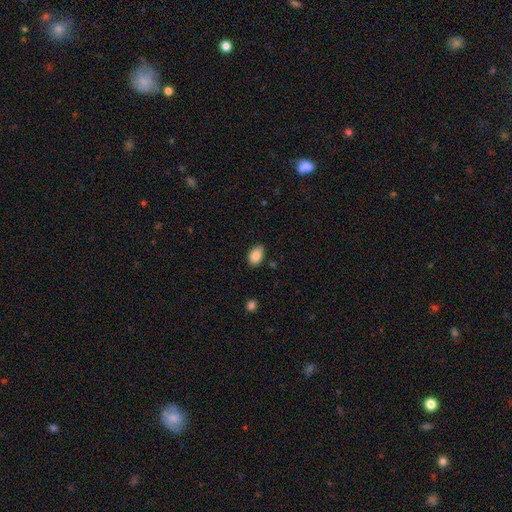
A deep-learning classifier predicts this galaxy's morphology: A smooth galaxy with no disk features (87%) that is in between round and cigar-shaped (89%). Merging: none (80%).